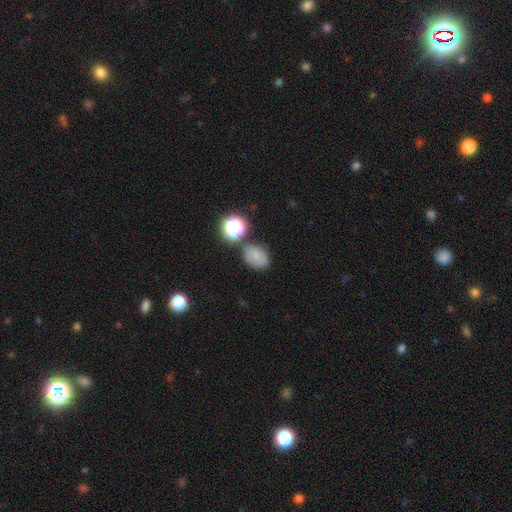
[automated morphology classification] This is likely a smooth galaxy (69%). How rounded: likely in between (62%). Merging: likely none (67%).